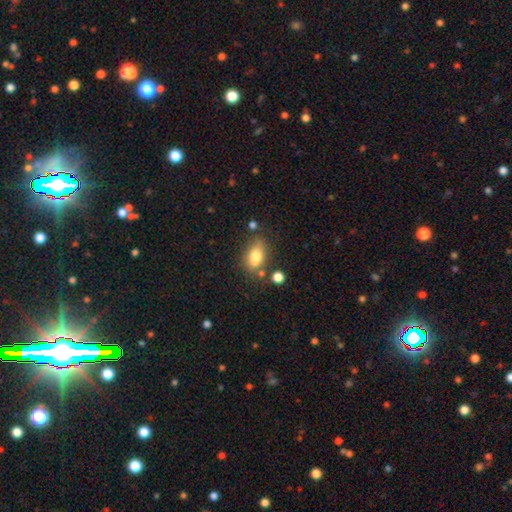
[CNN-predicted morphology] This is likely a smooth galaxy (74%). How rounded: clearly in between (81%). Merging: likely none (61%).